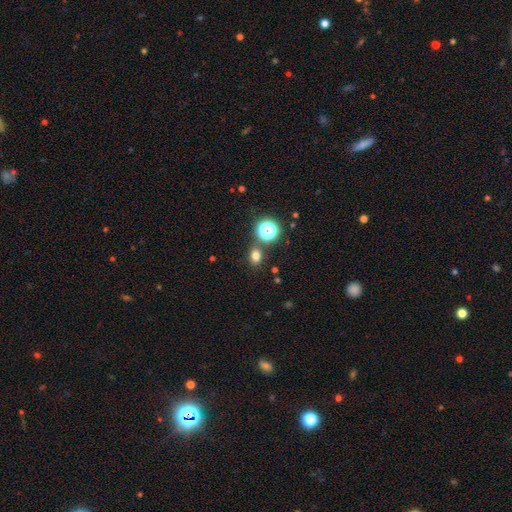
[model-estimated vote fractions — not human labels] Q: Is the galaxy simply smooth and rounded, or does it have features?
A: smooth — 71%.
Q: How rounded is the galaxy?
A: round — 55%.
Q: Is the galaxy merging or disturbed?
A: none — 79%.